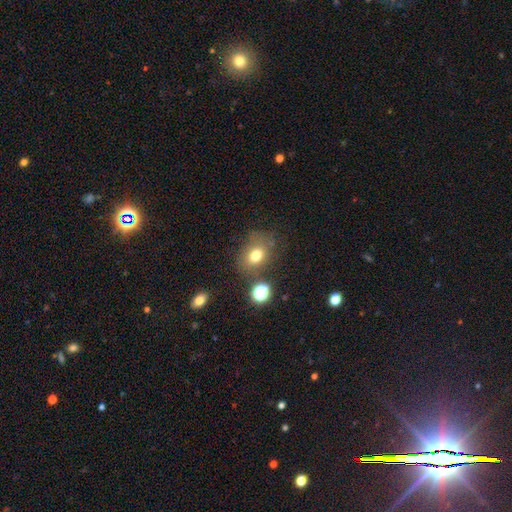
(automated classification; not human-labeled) Smooth or featured? Predicted: smooth (p=0.74). How rounded? Predicted: in between (p=0.59). Merging? Predicted: none (p=0.64).